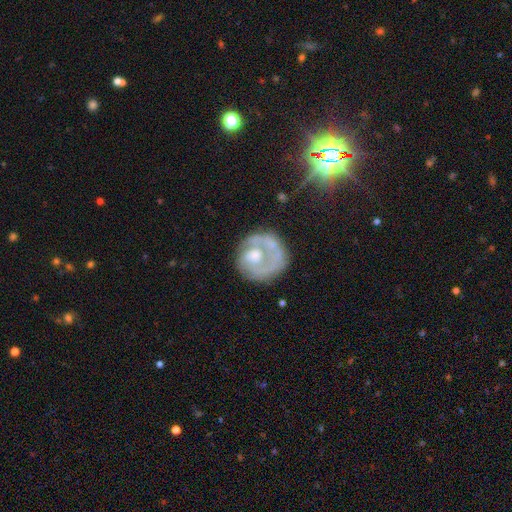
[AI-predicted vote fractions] Morphology: type=featured or disk (64%); edge-on=no (97%); bar=no (78%); spiral arms=yes (58%); bulge=moderate (53%); merging=none (58%).